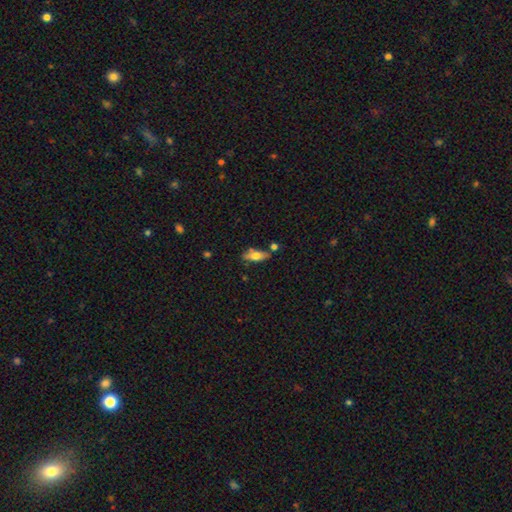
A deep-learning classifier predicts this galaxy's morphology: Smooth or featured: smooth — 57% (featured or disk — 36%)
How rounded: in between — 65% (cigar-shaped — 31%)
Merging: none — 65% (minor disturbance — 18%)